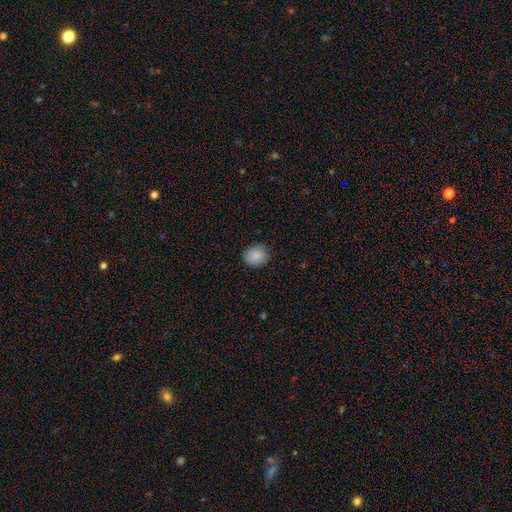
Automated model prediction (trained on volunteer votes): Q: Smooth or featured?
A: smooth (87%); runner-up: star or artifact (8%)
Q: How rounded?
A: round (73%); runner-up: in between (26%)
Q: Merging?
A: none (85%); runner-up: minor disturbance (11%)